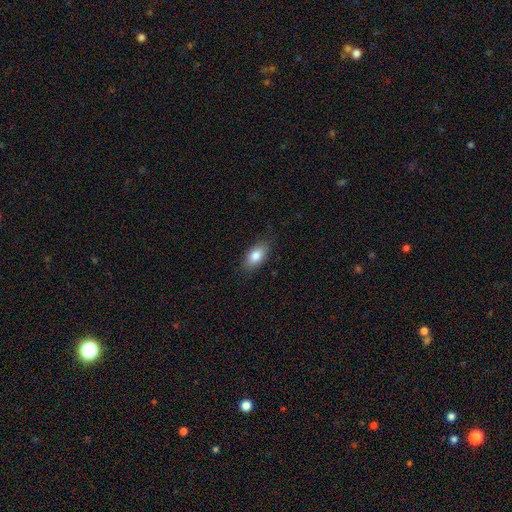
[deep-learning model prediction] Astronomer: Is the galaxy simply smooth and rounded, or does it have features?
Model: smooth — 83%.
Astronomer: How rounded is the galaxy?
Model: in between — 91%.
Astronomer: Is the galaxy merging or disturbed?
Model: none — 84%.